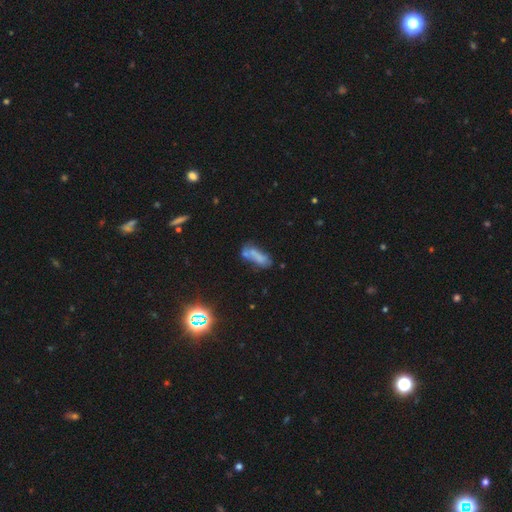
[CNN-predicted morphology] This is possibly a smooth galaxy (57%). How rounded: possibly in between (57%). Merging: marginally none (36%).